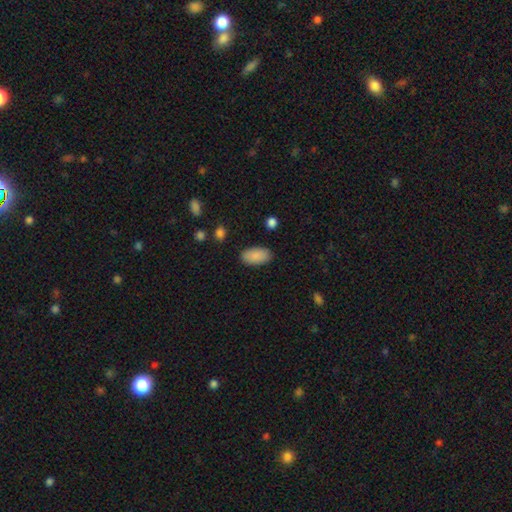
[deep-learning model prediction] Smooth or featured: smooth — 89% (star or artifact — 7%)
How rounded: in between — 95% (round — 3%)
Merging: none — 86% (minor disturbance — 10%)